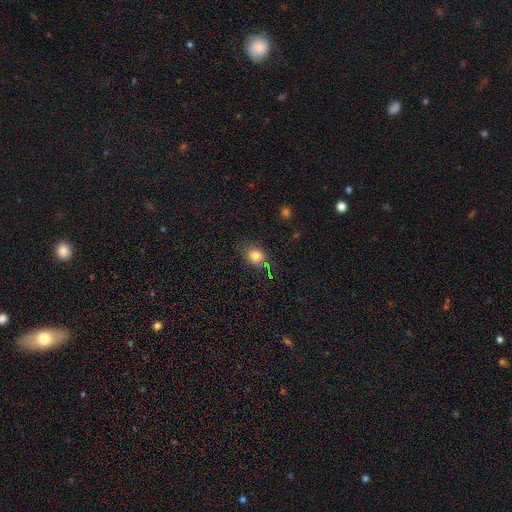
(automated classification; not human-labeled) Smooth or featured: smooth — 77% (star or artifact — 15%)
How rounded: round — 61% (in between — 38%)
Merging: none — 78% (minor disturbance — 14%)